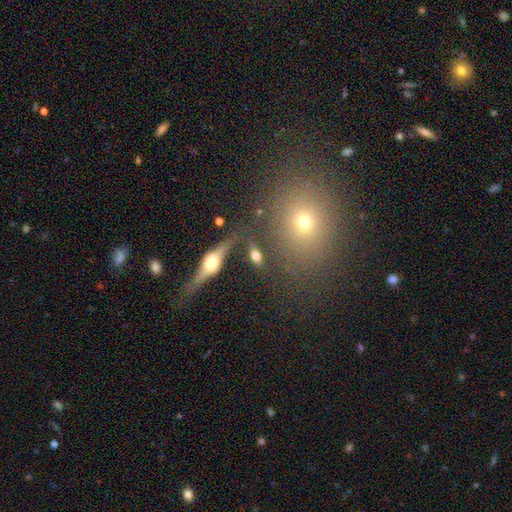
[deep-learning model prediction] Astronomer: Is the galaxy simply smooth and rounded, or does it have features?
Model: smooth — 60%.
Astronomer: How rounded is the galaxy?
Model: in between — 71%.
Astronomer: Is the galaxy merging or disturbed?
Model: none — 68%.